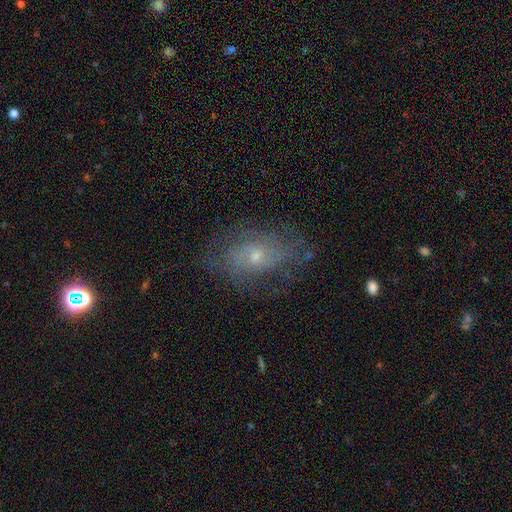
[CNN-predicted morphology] This appears to be a featured or disk galaxy (58%) with no bar (76%), spiral arms (70%) and a small central bulge (59%). Merging: none (68%).